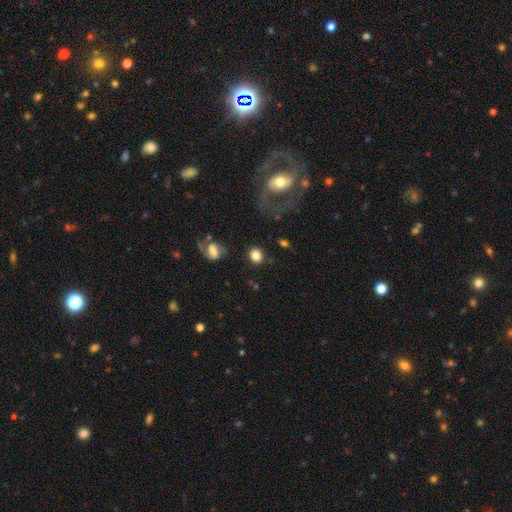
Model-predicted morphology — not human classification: A smooth galaxy with no disk features (81%) that is round (74%).

Vote fractions:
- Smooth or featured? smooth: 81% / star or artifact: 10% / featured or disk: 9%
- How rounded? round: 74% / in between: 25% / cigar-shaped: 1%
- Merging? none: 79% / minor disturbance: 10% / major disturbance: 6% / merger: 4%